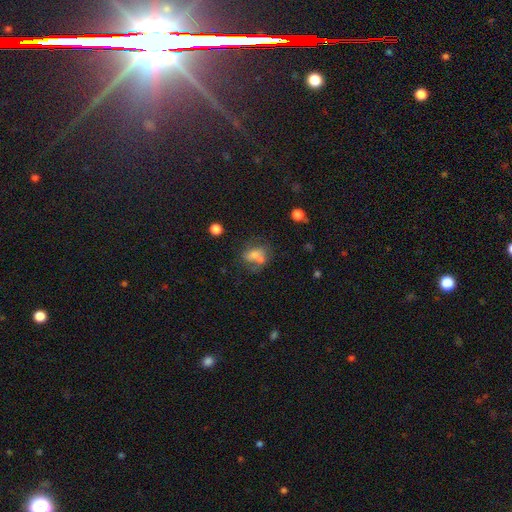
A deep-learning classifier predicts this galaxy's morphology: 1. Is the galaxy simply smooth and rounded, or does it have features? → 60% smooth, 27% featured or disk, 13% star or artifact.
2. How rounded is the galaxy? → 64% in between, 34% round, 2% cigar-shaped.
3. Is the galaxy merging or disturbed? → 39% merger, 32% none, 16% minor disturbance, 13% major disturbance.